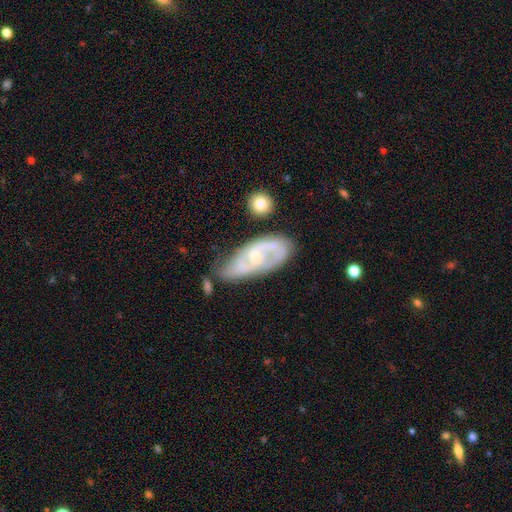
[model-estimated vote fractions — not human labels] A featured or disk galaxy (77%) with no bar (48%), 2 (67%) medium (46%) spiral arms (89%) and a small central bulge (56%). Merging: none (49%).